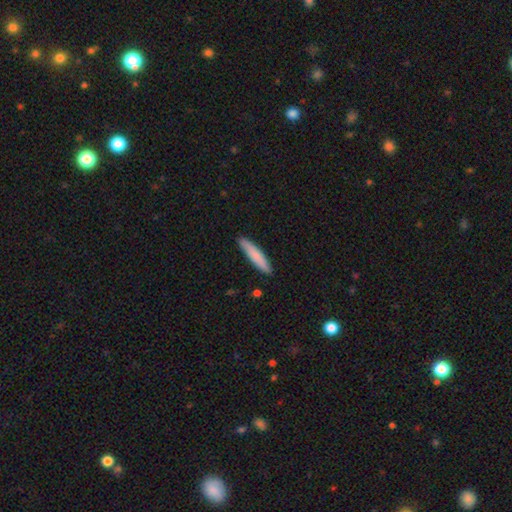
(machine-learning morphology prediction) Smooth or featured? Predicted: smooth (p=0.81). How rounded? Predicted: cigar-shaped (p=0.88). Merging? Predicted: none (p=0.89).